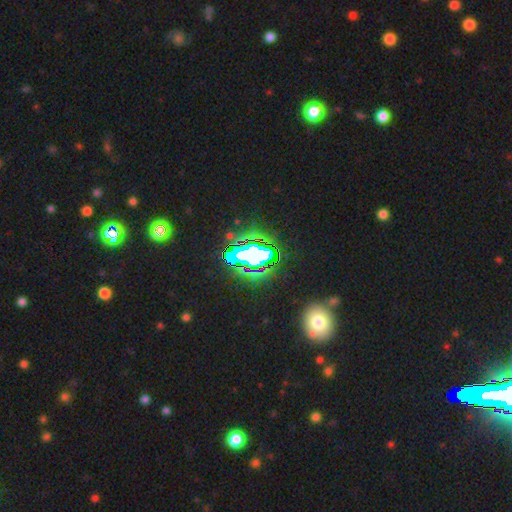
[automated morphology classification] smooth_or_featured: star or artifact (p=0.67) [alt: smooth p=0.19]